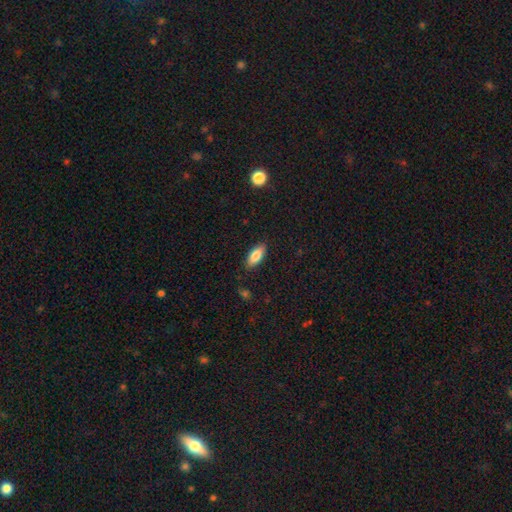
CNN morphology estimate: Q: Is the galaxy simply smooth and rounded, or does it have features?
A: smooth — 83%.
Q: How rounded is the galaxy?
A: in between — 84%.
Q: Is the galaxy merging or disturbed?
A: none — 86%.